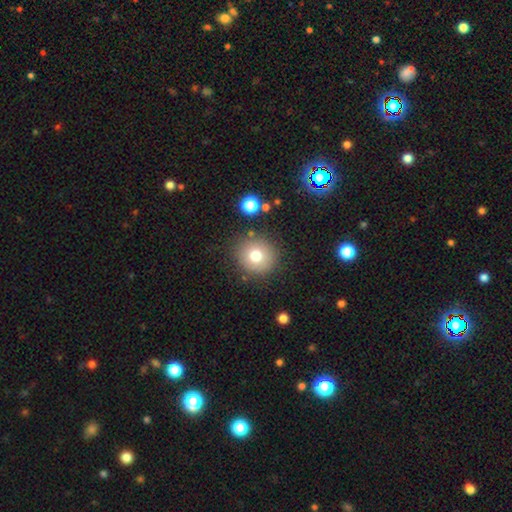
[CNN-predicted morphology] This is likely a smooth galaxy (76%). How rounded: clearly round (91%). Merging: clearly none (85%).